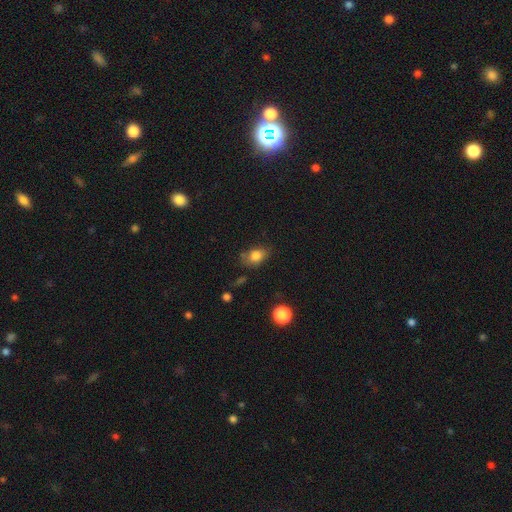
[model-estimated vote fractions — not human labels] Q: Smooth or featured?
A: smooth (81%); runner-up: star or artifact (10%)
Q: How rounded?
A: in between (73%); runner-up: round (26%)
Q: Merging?
A: none (67%); runner-up: minor disturbance (23%)